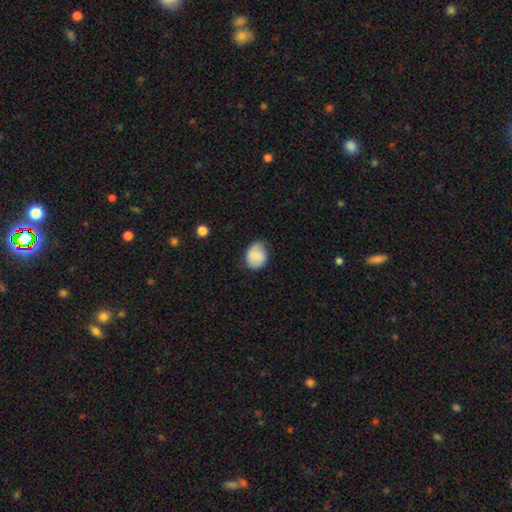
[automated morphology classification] smooth 81%, featured or disk 11%, star or artifact 8%. Down the decision tree: how rounded — round (54%); merging — none (65%).